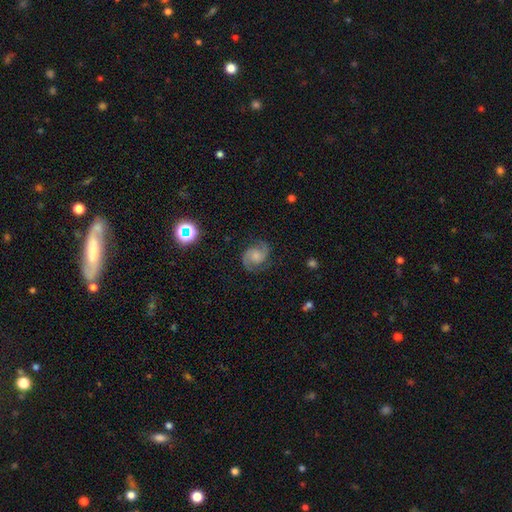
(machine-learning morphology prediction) Smooth or featured?
  - featured or disk: 80% *
  - smooth: 11%
  - star or artifact: 8%
Edge-on disk?
  - no: 98% *
  - yes: 2%
Bar?
  - no: 65% *
  - weak: 29%
  - strong: 5%
Spiral arms?
  - yes: 97% *
  - no: 3%
Spiral winding?
  - medium: 57% *
  - tight: 26%
  - loose: 17%
Spiral arm count?
  - 2: 92% *
  - can't tell: 3%
  - 1: 2%
  - 3: 2%
  - 4: 1%
  - more than 4: 1%
Bulge size?
  - moderate: 33% *
  - small: 30%
  - none: 25%
  - large: 10%
  - dominant: 2%
Merging?
  - none: 78% *
  - minor disturbance: 14%
  - major disturbance: 6%
  - merger: 1%